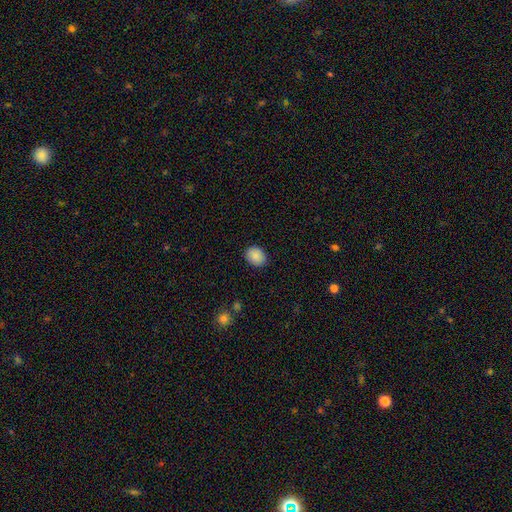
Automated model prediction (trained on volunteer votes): A smooth galaxy with no disk features (87%) that is in between round and cigar-shaped (54%).

Vote fractions:
- Smooth or featured? smooth: 87% / star or artifact: 7% / featured or disk: 5%
- How rounded? in between: 54% / round: 45% / cigar-shaped: 1%
- Merging? none: 87% / minor disturbance: 9% / major disturbance: 2% / merger: 1%